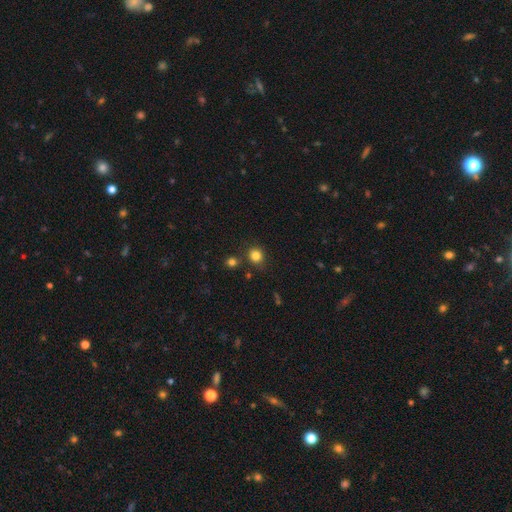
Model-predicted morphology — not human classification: Smooth or featured? Predicted: smooth (p=0.82). How rounded? Predicted: round (p=0.87). Merging? Predicted: none (p=0.81).